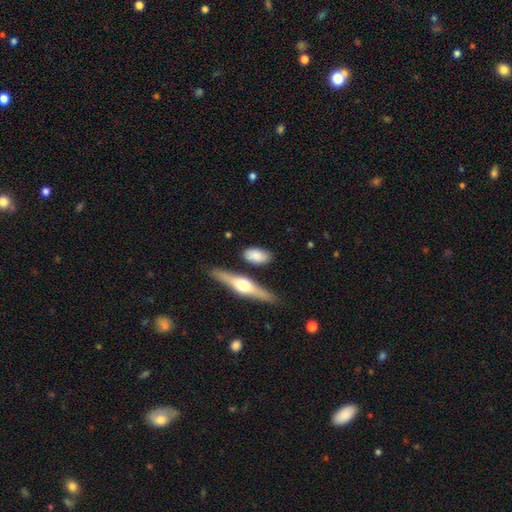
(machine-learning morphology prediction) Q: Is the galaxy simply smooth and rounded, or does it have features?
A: smooth — 75%.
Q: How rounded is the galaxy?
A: in between — 81%.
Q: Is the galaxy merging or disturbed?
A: none — 76%.